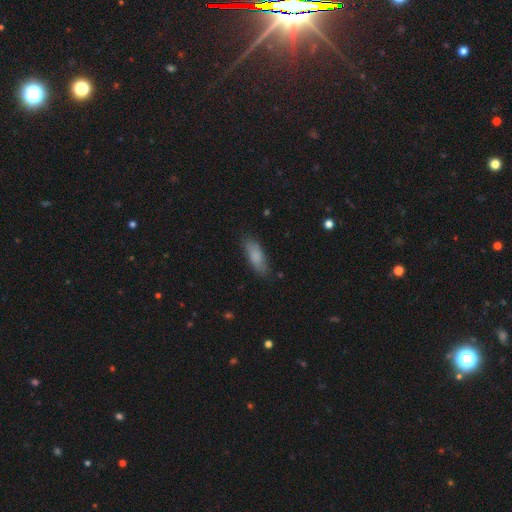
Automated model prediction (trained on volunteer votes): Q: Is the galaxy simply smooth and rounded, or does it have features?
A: smooth — 81%.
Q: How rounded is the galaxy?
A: in between — 64%.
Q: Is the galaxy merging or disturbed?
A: none — 79%.